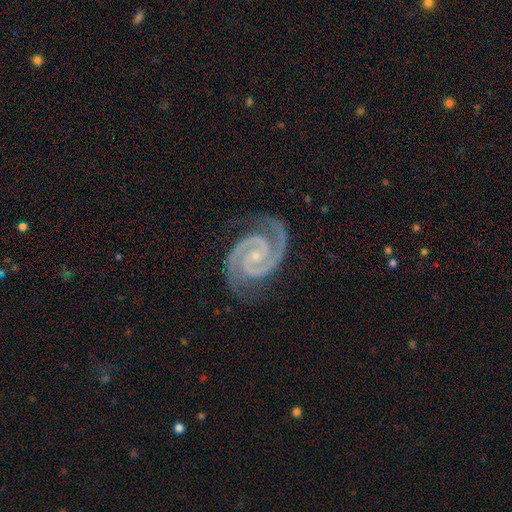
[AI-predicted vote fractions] Smooth or featured? featured or disk (94%)
Edge-on disk? no (98%)
Bar? no (55%)
Spiral arms? yes (99%)
Spiral winding? tight (64%)
Spiral arm count? 2 (94%)
Bulge size? small (74%)
Merging? none (82%)